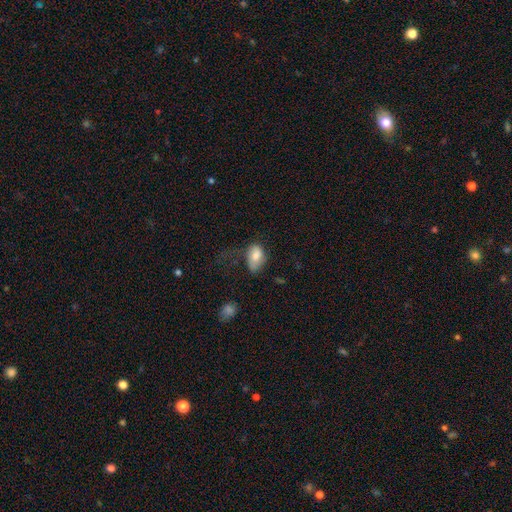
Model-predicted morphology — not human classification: The model was most divided on "merging" (3-way tie): minor disturbance: 32%, none: 32%, major disturbance: 32%, merger: 4%. More confident: how rounded — in between (87%); smooth or featured — smooth (75%).